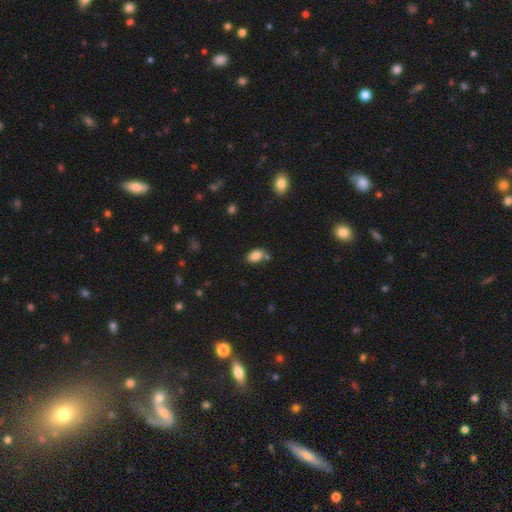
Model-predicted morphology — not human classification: Smooth or featured: smooth — 86% (star or artifact — 9%)
How rounded: in between — 88% (round — 10%)
Merging: none — 70% (minor disturbance — 15%)